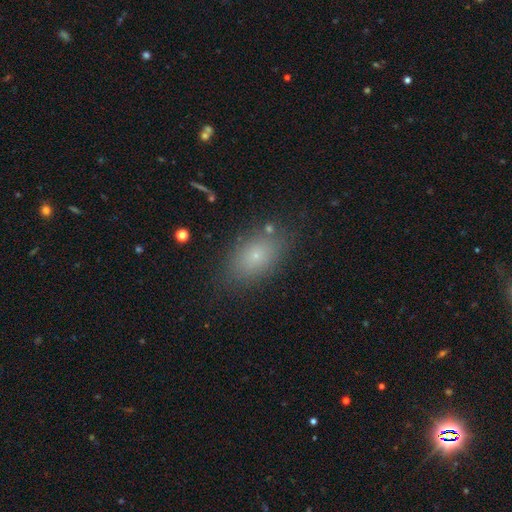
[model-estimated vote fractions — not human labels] Morphology: type=smooth (72%); roundness=in between (84%); merging=none (83%).